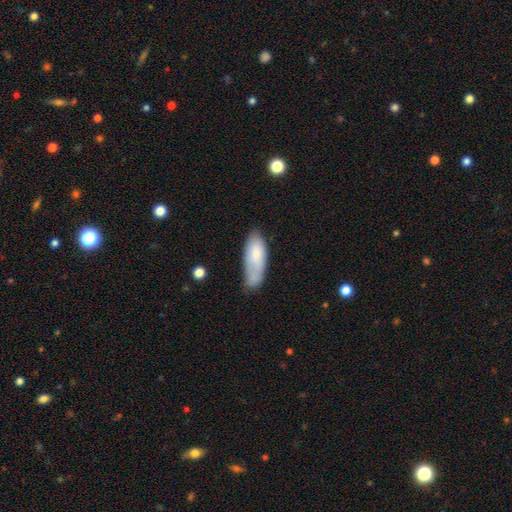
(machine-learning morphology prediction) Overall: smooth (76%). How rounded: in between (75%). Merging: none (48%; minor disturbance 35%).